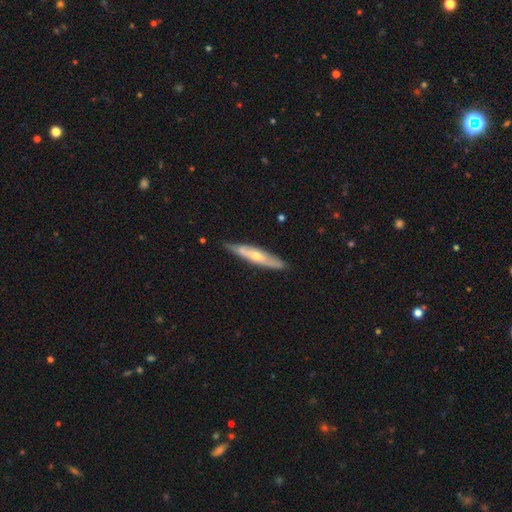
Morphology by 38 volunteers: This is possibly a smooth galaxy (50%). How rounded: clearly cigar-shaped (89%). Merging: clearly none (81%).